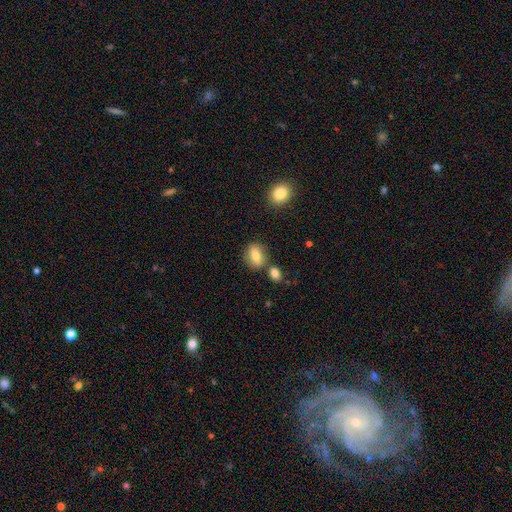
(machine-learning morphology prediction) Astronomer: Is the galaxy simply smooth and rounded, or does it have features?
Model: smooth — 72%.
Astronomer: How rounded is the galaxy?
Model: in between — 61%.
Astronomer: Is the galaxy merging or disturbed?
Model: none — 72%.